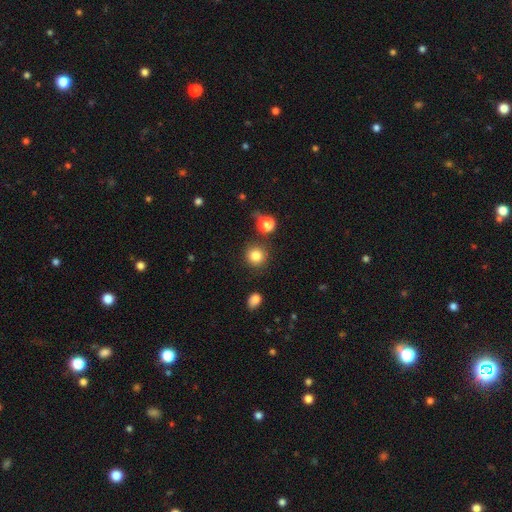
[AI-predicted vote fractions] Smooth or featured? Predicted: smooth (p=0.84). How rounded? Predicted: round (p=0.92). Merging? Predicted: none (p=0.83).